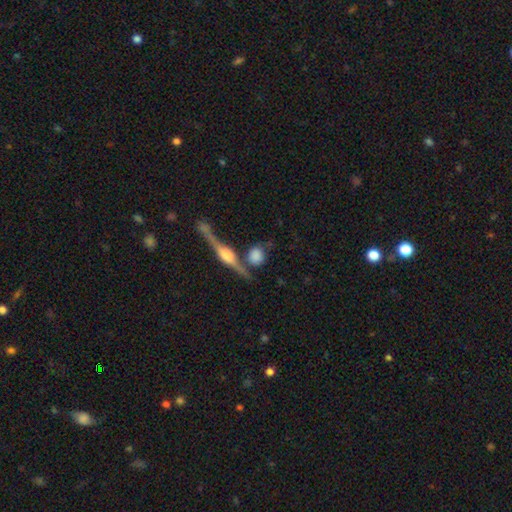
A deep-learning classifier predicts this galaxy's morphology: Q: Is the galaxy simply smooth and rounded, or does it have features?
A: smooth — 55%.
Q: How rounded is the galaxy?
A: round — 78%.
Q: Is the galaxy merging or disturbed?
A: none — 65%.